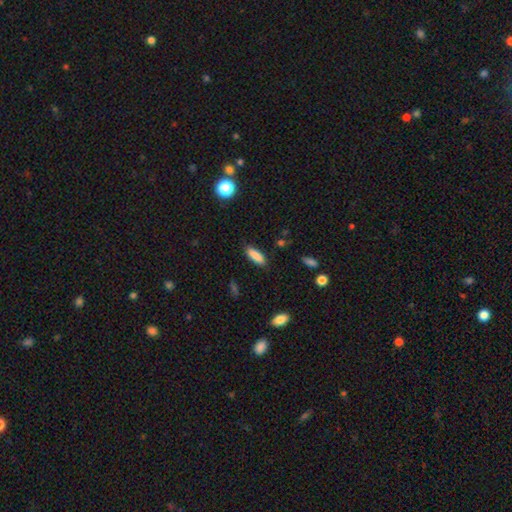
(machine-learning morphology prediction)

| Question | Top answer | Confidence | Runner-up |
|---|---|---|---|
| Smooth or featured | smooth | 86% | star or artifact (7%) |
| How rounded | in between | 51% | cigar-shaped (47%) |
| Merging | none | 87% | minor disturbance (10%) |